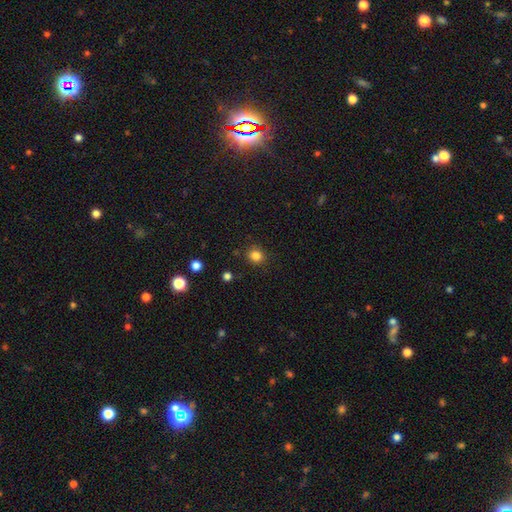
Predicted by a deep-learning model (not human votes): Overall: smooth (84%). How rounded: round (85%). Merging: none (88%).